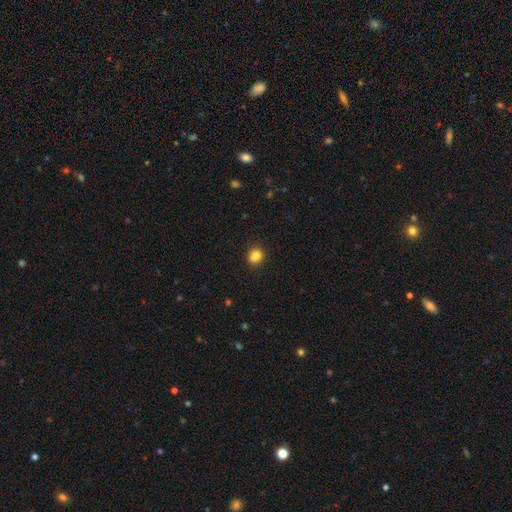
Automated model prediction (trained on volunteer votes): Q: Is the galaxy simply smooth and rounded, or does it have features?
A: smooth — 85%.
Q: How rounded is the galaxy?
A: round — 68%.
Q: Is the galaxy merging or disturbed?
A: none — 86%.